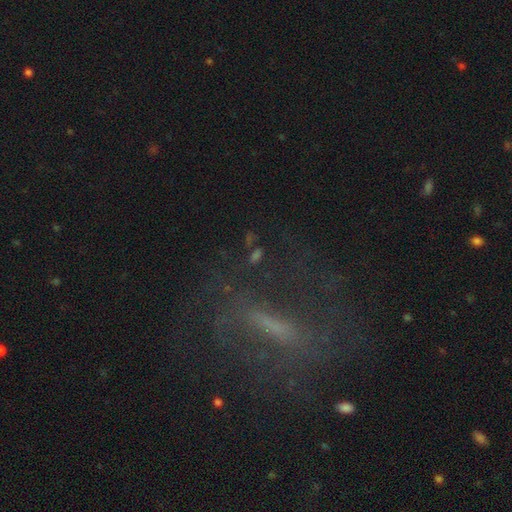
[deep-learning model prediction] This appears to be a star or artifact, not a galaxy (36%).